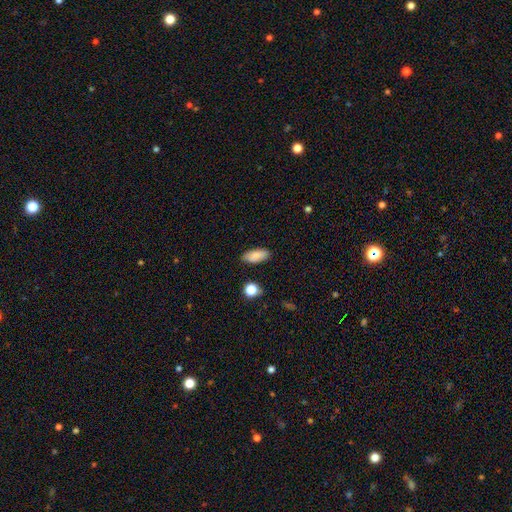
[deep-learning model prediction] Overall: smooth (86%). How rounded: in between (85%). Merging: none (86%).